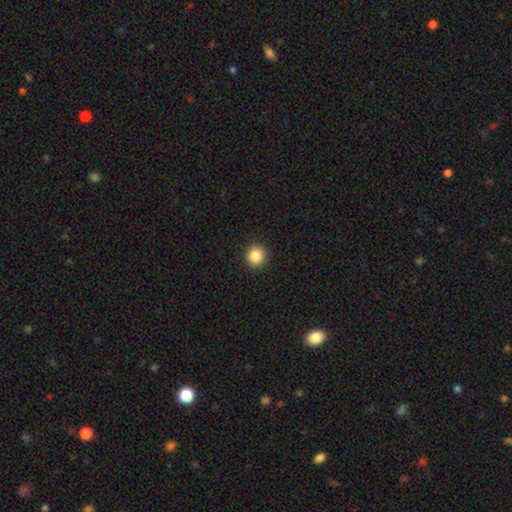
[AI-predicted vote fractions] Morphology: type=smooth (86%); roundness=round (92%); merging=none (92%).